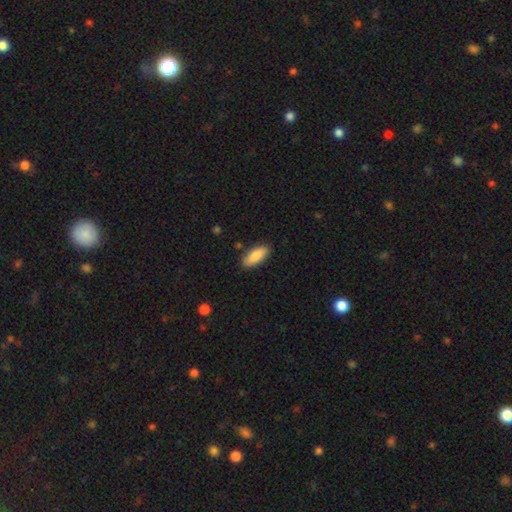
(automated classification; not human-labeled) Overall: smooth (85%). How rounded: in between (80%). Merging: none (85%).